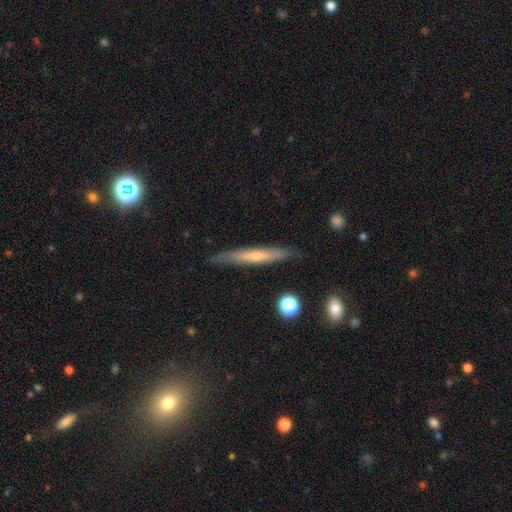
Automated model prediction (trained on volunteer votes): Q: Smooth or featured?
A: featured or disk (51%); runner-up: smooth (43%)
Q: Edge-on disk?
A: yes (92%); runner-up: no (8%)
Q: Merging?
A: none (86%); runner-up: minor disturbance (11%)